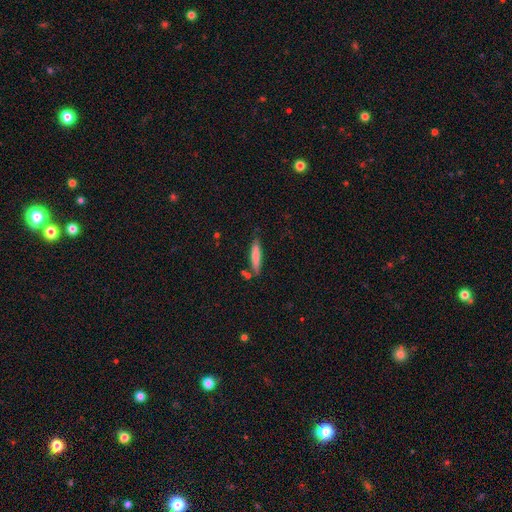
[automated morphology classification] smooth 76%, featured or disk 18%, star or artifact 6%. Down the decision tree: how rounded — cigar-shaped (86%); merging — none (76%).